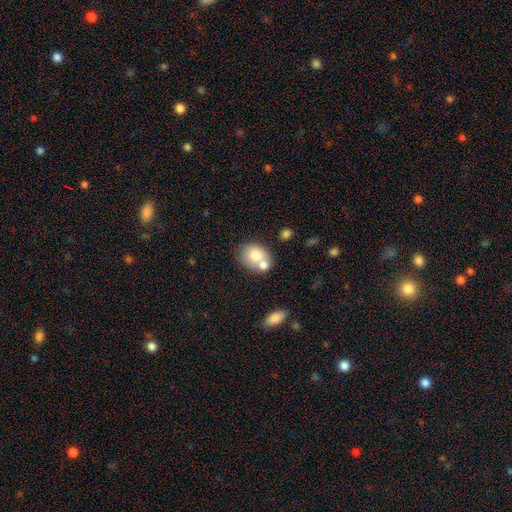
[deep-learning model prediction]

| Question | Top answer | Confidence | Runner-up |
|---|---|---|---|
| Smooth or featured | smooth | 75% | featured or disk (17%) |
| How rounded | in between | 55% | round (44%) |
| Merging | none | 45% | merger (37%) |